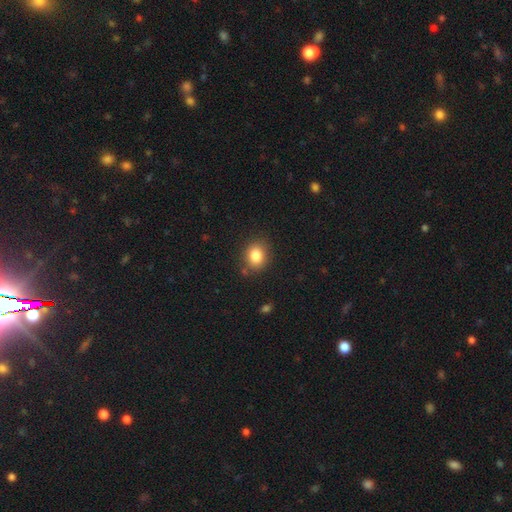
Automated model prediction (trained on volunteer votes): This is clearly a smooth galaxy (83%). How rounded: possibly round (59%). Merging: clearly none (83%).